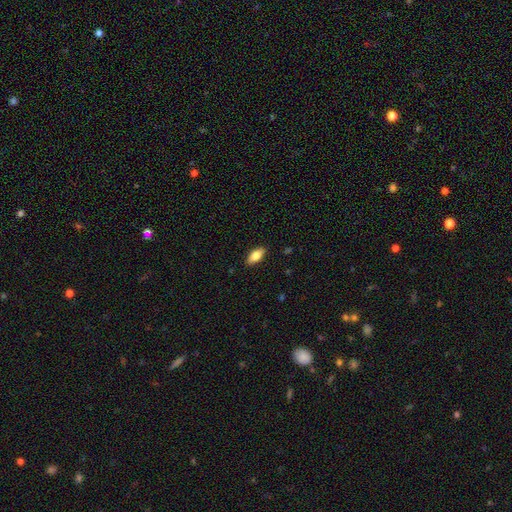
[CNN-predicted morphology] Smooth or featured: smooth — 73% (featured or disk — 20%)
How rounded: in between — 81% (cigar-shaped — 17%)
Merging: none — 89% (minor disturbance — 9%)